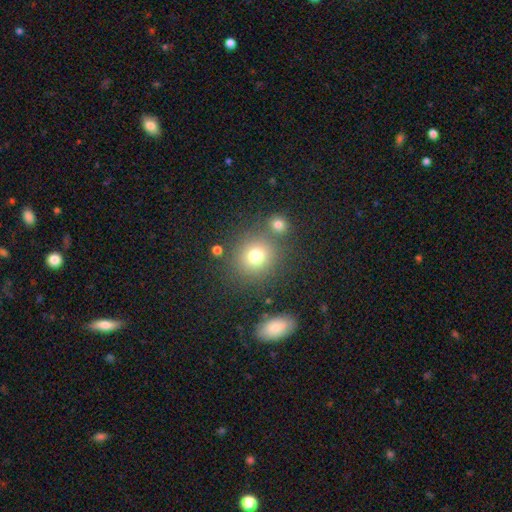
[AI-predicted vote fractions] smooth_or_featured: smooth (p=0.75) [alt: star or artifact p=0.15]
how_rounded: round (p=0.87) [alt: in between p=0.12]
merging: none (p=0.74) [alt: merger p=0.13]